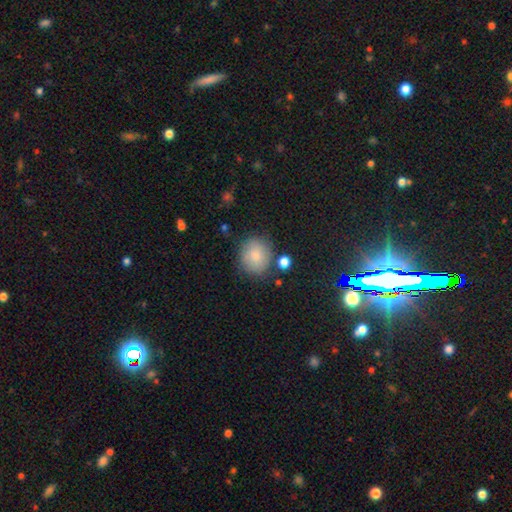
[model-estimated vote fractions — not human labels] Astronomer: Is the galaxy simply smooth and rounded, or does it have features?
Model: smooth — 80%.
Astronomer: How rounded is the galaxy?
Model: round — 80%.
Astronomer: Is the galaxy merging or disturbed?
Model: none — 74%.